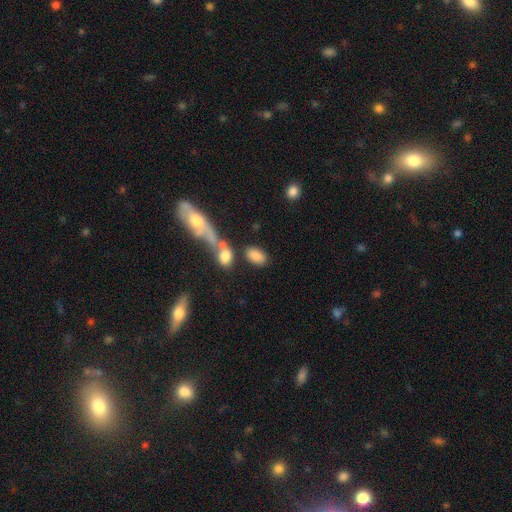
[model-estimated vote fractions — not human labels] Morphology: type=smooth (83%); roundness=in between (90%); merging=none (62%).